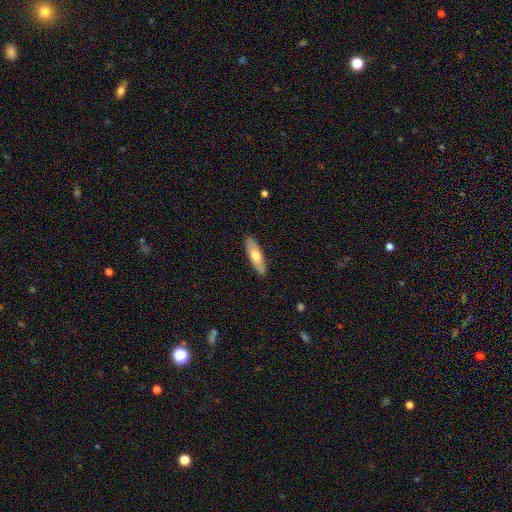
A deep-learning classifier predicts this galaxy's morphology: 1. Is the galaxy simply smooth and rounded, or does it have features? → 63% smooth, 32% featured or disk, 5% star or artifact.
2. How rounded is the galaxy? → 49% cigar-shaped (tied), 49% in between (tied), 2% round.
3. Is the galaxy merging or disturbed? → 89% none, 9% minor disturbance, 2% major disturbance, 1% merger.